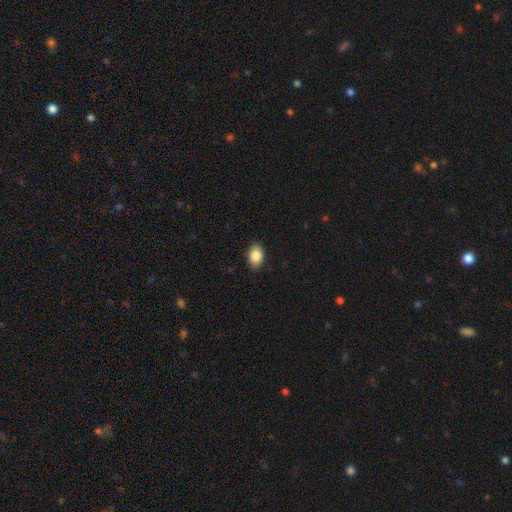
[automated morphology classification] This appears to be a smooth galaxy with no disk features (87%) that is in between round and cigar-shaped (87%). Merging: none (88%).